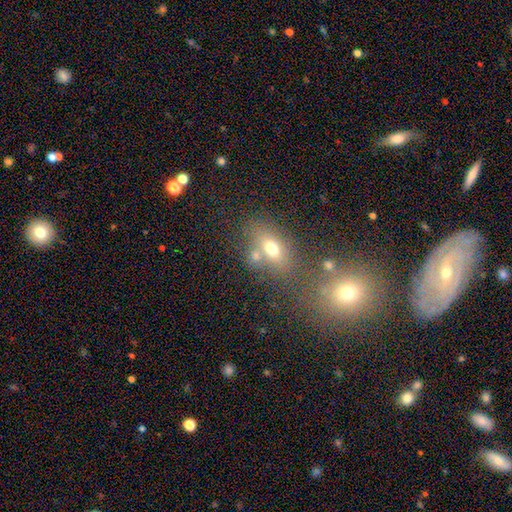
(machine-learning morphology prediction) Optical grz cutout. It shows a smooth galaxy with no disk features (62%) that is in between round and cigar-shaped (71%). Merging: none (54%).